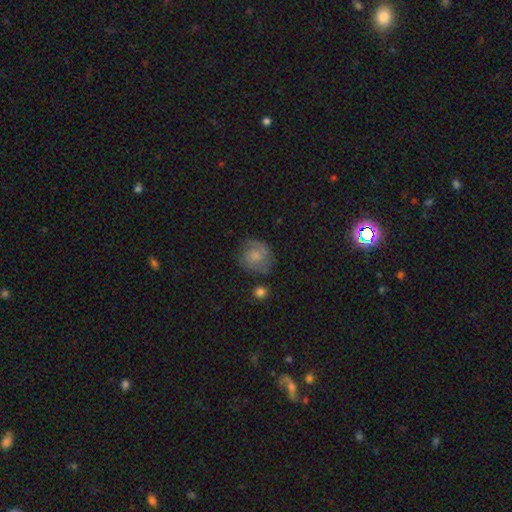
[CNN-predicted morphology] Overall: smooth (48%; featured or disk 43%). Merging: none (66%).